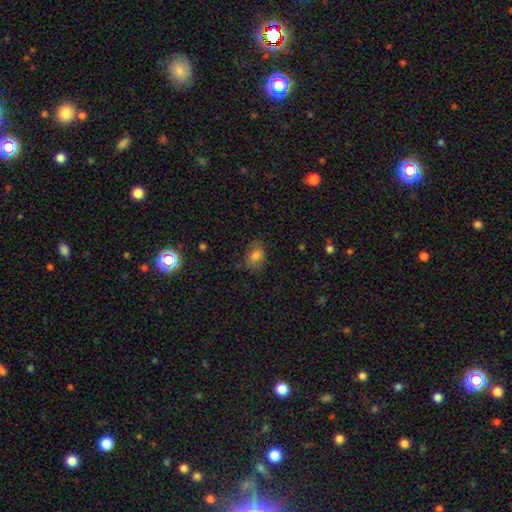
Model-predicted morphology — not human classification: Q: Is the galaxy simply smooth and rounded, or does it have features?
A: smooth — 78%.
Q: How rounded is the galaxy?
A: in between — 76%.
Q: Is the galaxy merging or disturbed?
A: none — 74%.